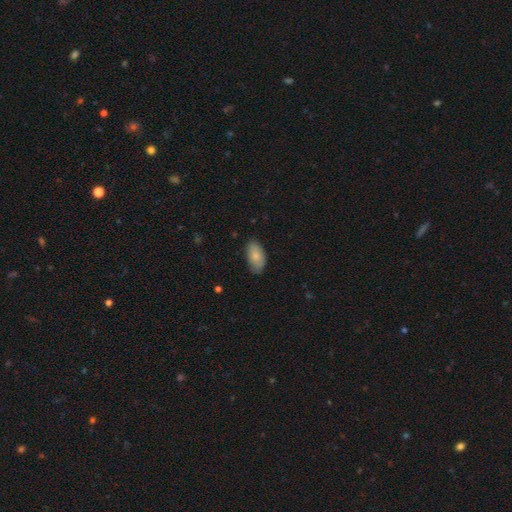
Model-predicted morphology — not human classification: Smooth or featured? smooth (81%)
How rounded? in between (94%)
Merging? none (76%)